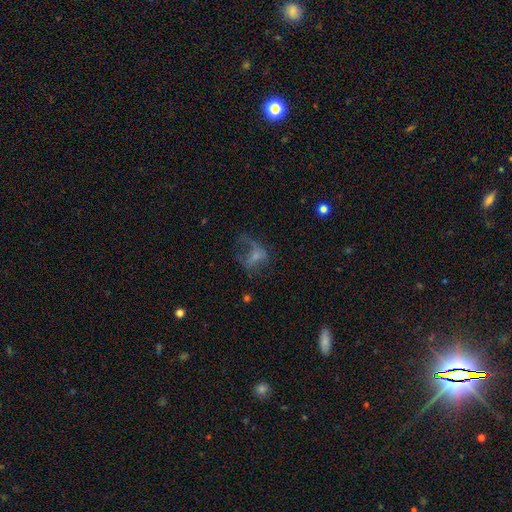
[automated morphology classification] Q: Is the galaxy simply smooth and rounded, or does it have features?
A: featured or disk — 46%.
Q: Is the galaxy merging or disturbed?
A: major disturbance — 52%.